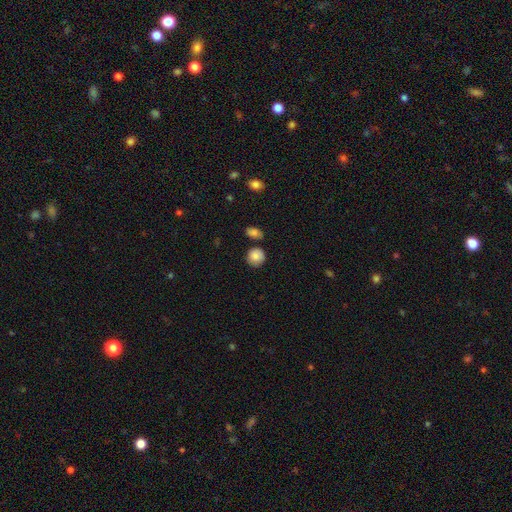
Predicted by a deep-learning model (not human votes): The model was most divided on "merging": none: 77%, minor disturbance: 12%, merger: 8%, major disturbance: 3%. More confident: how rounded — round (88%); smooth or featured — smooth (85%).